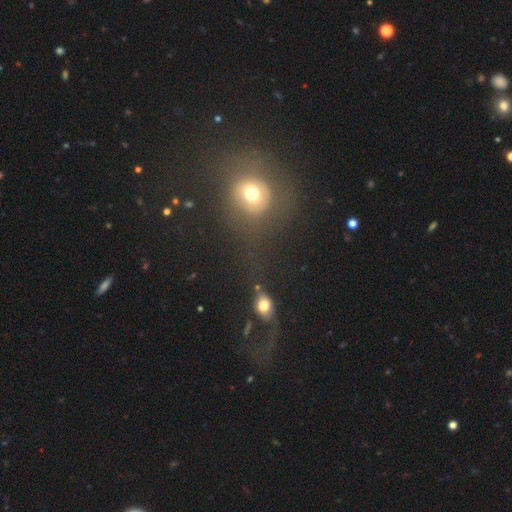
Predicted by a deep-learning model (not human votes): This is marginally a smooth galaxy (44%). Merging: marginally merger (35%).